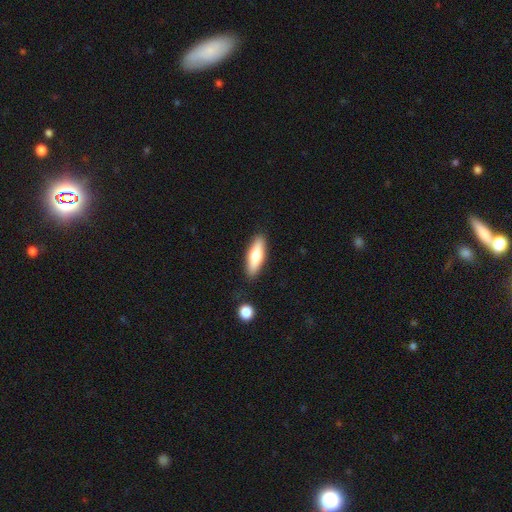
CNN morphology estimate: A smooth galaxy with no disk features (67%) that is cigar-shaped (50%).

Vote fractions:
- Smooth or featured? smooth: 67% / featured or disk: 27% / star or artifact: 6%
- How rounded? cigar-shaped: 50% / in between: 48% / round: 2%
- Merging? none: 86% / minor disturbance: 9% / merger: 3% / major disturbance: 2%